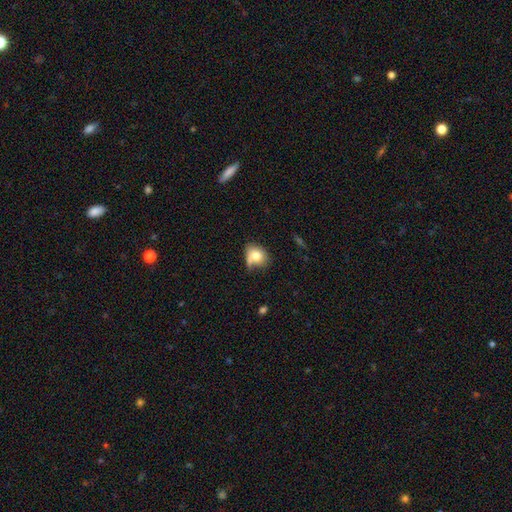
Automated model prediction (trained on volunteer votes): Smooth or featured: smooth — 77% (featured or disk — 14%)
How rounded: round — 52% (in between — 46%)
Merging: none — 48% (minor disturbance — 25%)